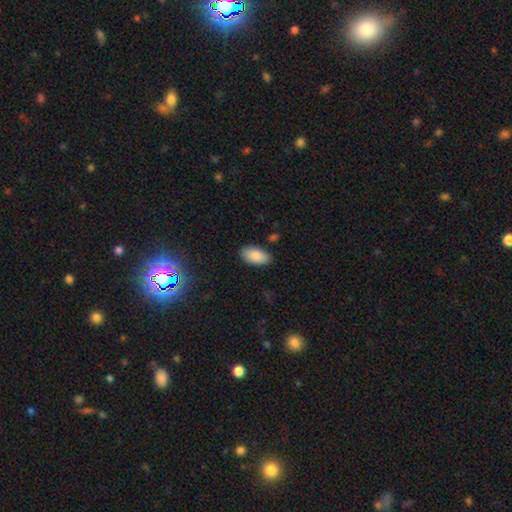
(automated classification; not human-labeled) Q: Smooth or featured?
A: smooth (86%); runner-up: star or artifact (7%)
Q: How rounded?
A: in between (94%); runner-up: cigar-shaped (3%)
Q: Merging?
A: none (85%); runner-up: minor disturbance (11%)